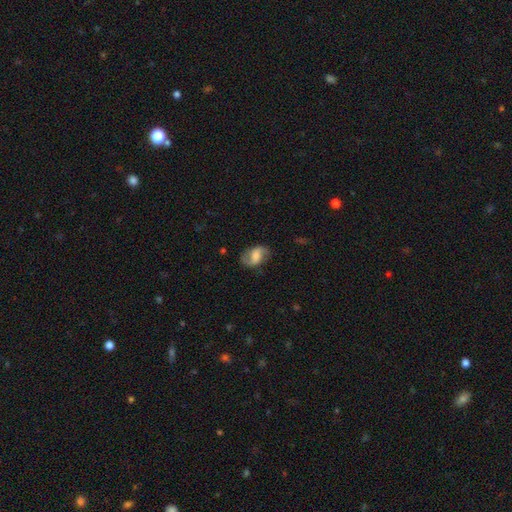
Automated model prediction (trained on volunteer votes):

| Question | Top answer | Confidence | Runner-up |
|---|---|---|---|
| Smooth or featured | featured or disk | 69% | smooth (23%) |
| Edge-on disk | no | 97% | yes (3%) |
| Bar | weak | 46% | no (35%) |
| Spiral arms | yes | 93% | no (7%) |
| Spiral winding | loose | 50% | medium (38%) |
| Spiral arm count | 2 | 89% | 1 (4%) |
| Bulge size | moderate | 35% | small (23%) |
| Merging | none | 77% | minor disturbance (16%) |